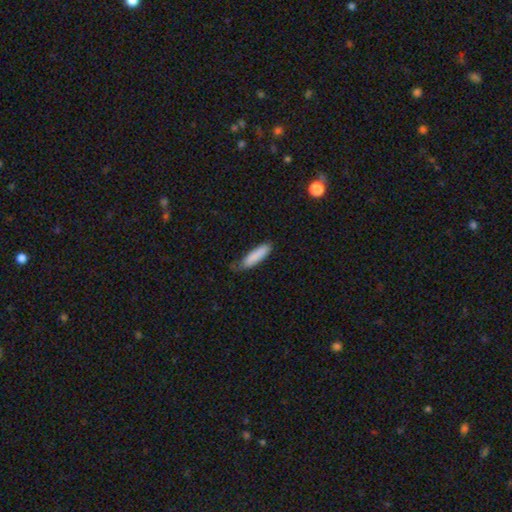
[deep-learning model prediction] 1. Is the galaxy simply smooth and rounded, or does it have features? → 86% smooth, 8% featured or disk, 6% star or artifact.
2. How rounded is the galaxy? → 66% cigar-shaped, 32% in between, 1% round.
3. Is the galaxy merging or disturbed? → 58% none, 33% minor disturbance, 8% major disturbance, 2% merger.